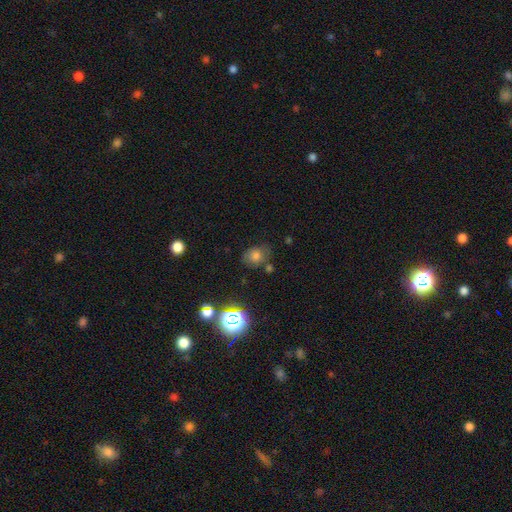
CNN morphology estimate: Smooth or featured: smooth — 65% (star or artifact — 21%)
How rounded: round — 56% (in between — 43%)
Merging: none — 66% (minor disturbance — 20%)